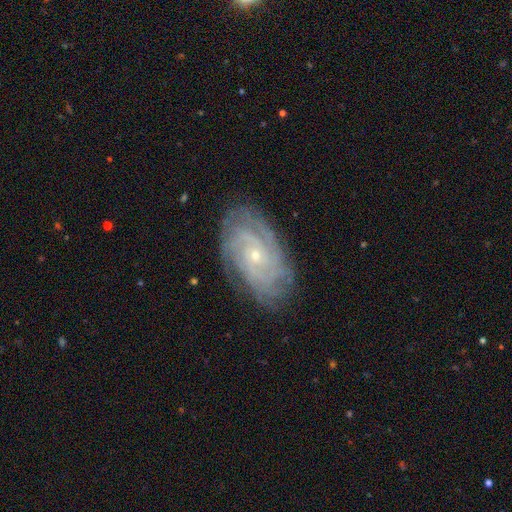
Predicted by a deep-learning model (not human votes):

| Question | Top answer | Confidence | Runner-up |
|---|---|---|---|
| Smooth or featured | featured or disk | 85% | smooth (8%) |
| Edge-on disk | no | 96% | yes (4%) |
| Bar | no | 75% | weak (21%) |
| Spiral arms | yes | 97% | no (3%) |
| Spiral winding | tight | 73% | medium (22%) |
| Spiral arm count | can't tell | 29% | 4 (23%) |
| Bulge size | small | 79% | moderate (18%) |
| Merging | none | 80% | minor disturbance (15%) |